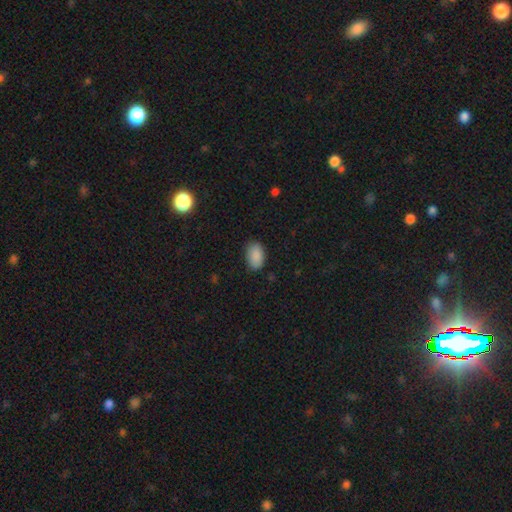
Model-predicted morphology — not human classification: type=smooth (89%); roundness=in between (91%); merging=none (84%).